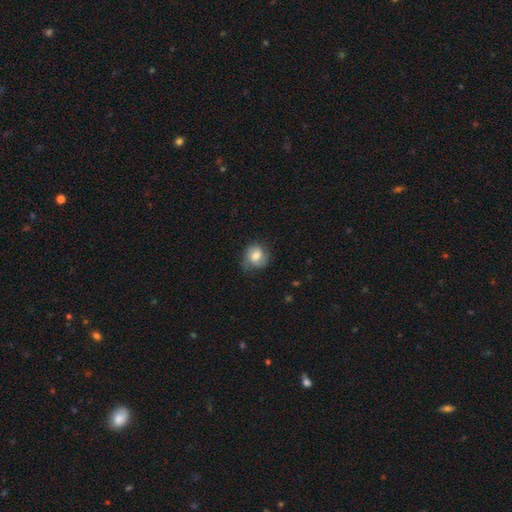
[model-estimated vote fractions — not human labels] smooth_or_featured: smooth (p=0.68) [alt: featured or disk p=0.24]
how_rounded: round (p=0.71) [alt: in between p=0.28]
merging: none (p=0.60) [alt: minor disturbance p=0.28]